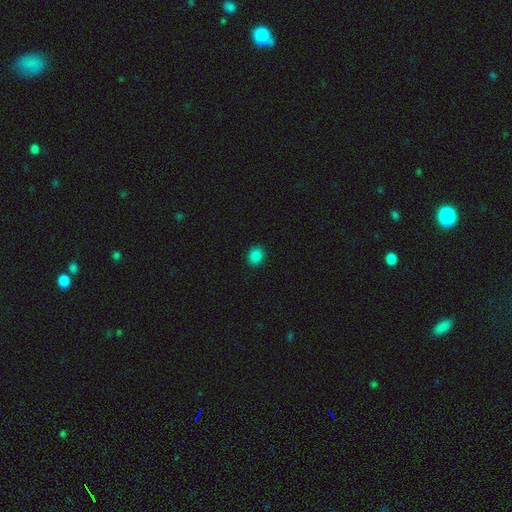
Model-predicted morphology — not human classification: Overall: smooth (84%). How rounded: round (62%; in between 37%). Merging: none (91%).